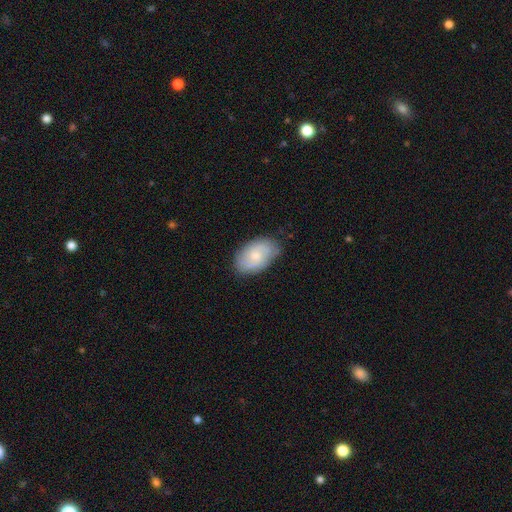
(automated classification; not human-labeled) Smooth or featured? smooth (48%)
Merging? none (78%)